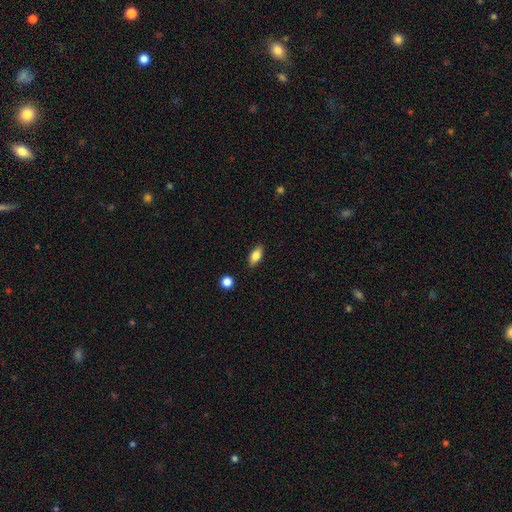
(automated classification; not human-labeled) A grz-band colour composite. It shows a smooth galaxy with no disk features (79%) that is in between round and cigar-shaped (86%). Merging: none (87%).